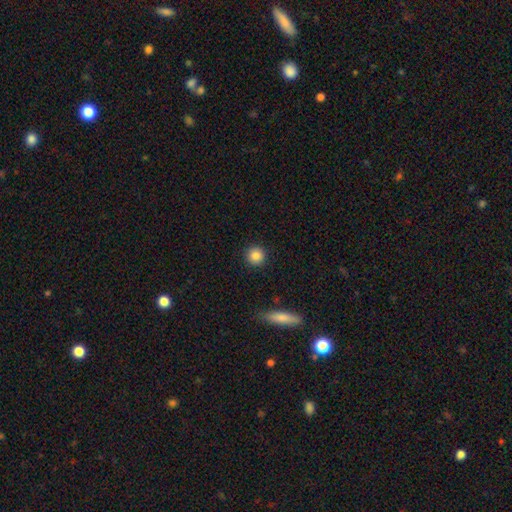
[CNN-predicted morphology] smooth 86%, star or artifact 10%, featured or disk 5%. Down the decision tree: how rounded — round (94%); merging — none (91%).